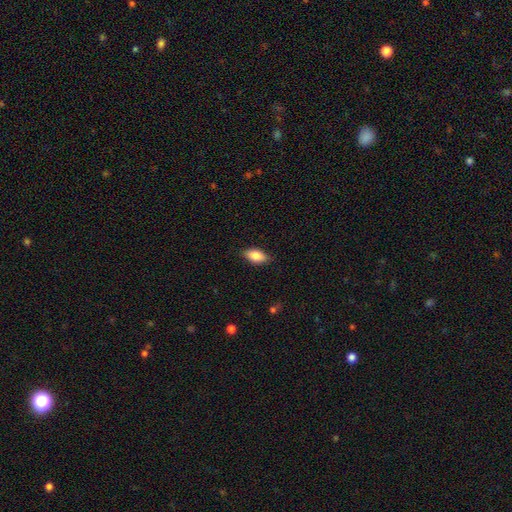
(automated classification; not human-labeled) Q: Smooth or featured?
A: smooth (83%); runner-up: featured or disk (10%)
Q: How rounded?
A: in between (90%); runner-up: cigar-shaped (6%)
Q: Merging?
A: none (84%); runner-up: minor disturbance (13%)